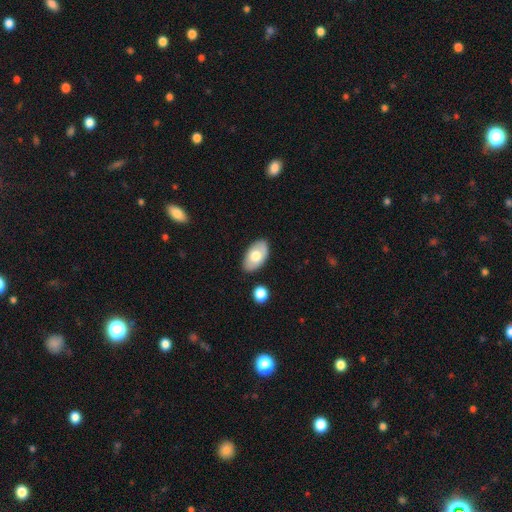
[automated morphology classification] This appears to be a smooth galaxy with no disk features (66%) that is in between round and cigar-shaped (94%). Merging: none (83%).